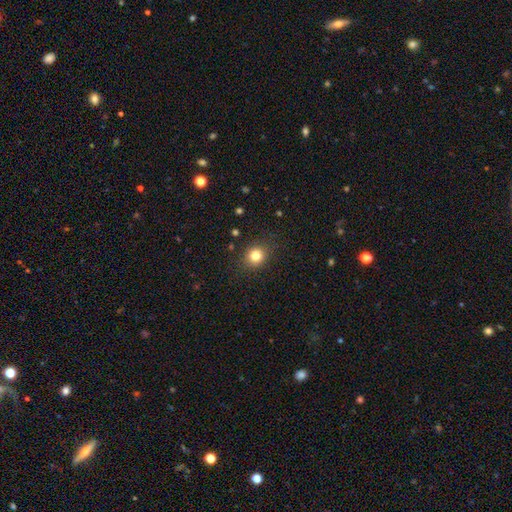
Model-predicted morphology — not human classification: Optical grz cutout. It shows a smooth galaxy with no disk features (81%) that is round (82%). Merging: none (87%).